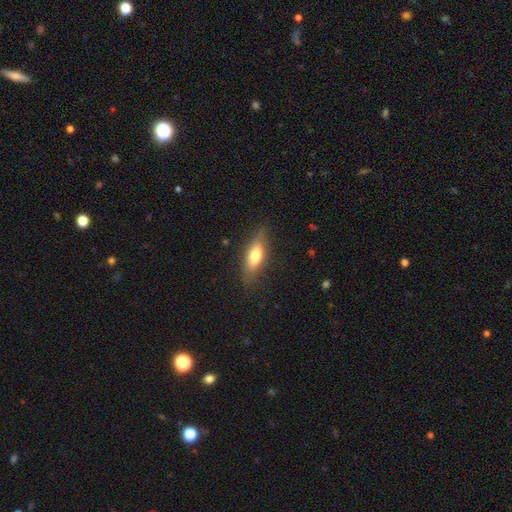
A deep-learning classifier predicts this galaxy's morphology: Smooth or featured? smooth (68%)
How rounded? in between (64%)
Merging? none (80%)